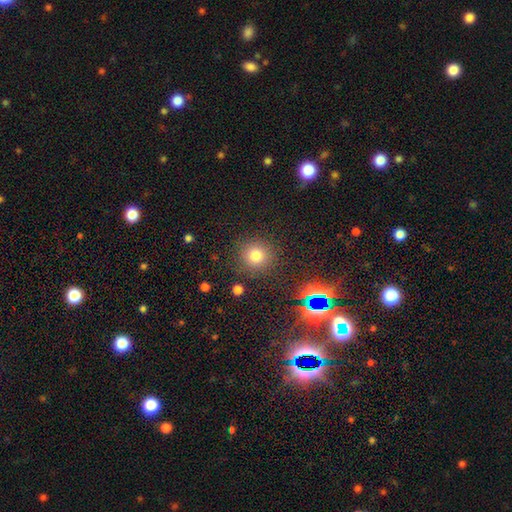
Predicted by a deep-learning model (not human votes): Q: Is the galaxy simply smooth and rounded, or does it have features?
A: smooth — 77%.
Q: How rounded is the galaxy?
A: round — 91%.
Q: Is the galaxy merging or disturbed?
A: none — 86%.